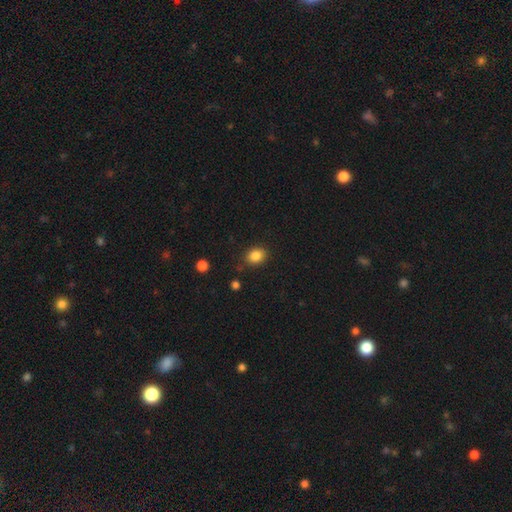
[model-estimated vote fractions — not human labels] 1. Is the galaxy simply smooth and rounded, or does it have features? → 85% smooth, 10% star or artifact, 5% featured or disk.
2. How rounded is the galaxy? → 52% in between, 47% round, 1% cigar-shaped.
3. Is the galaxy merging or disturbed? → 84% none, 11% minor disturbance, 3% major disturbance, 2% merger.